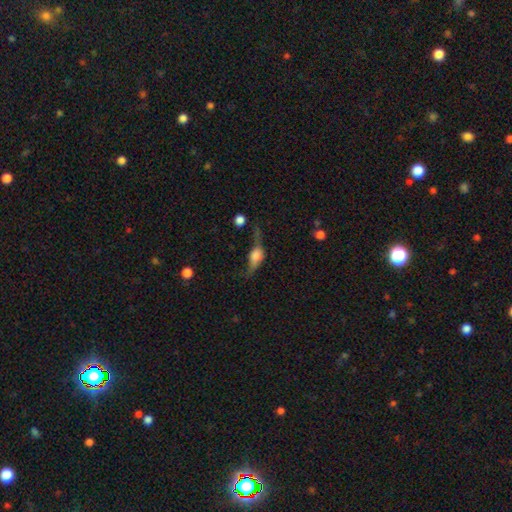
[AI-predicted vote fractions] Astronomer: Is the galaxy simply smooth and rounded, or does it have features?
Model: featured or disk — 52% (runner-up: smooth, 38%).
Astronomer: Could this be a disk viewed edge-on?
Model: yes — 77%.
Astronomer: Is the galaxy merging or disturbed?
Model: none — 37% (runner-up: major disturbance, 30%).